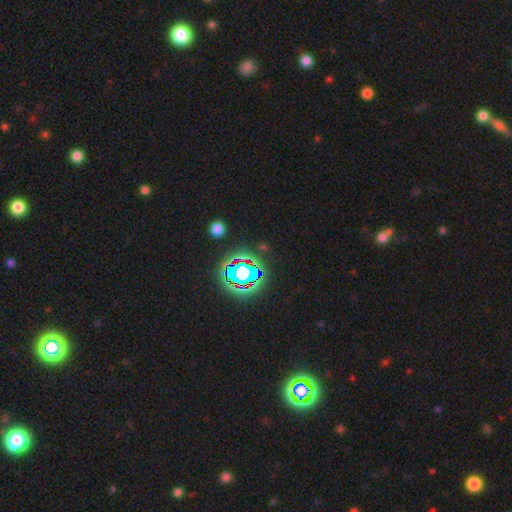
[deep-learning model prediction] The model was most divided on "smooth or featured": star or artifact: 82%, smooth: 11%, featured or disk: 7%.